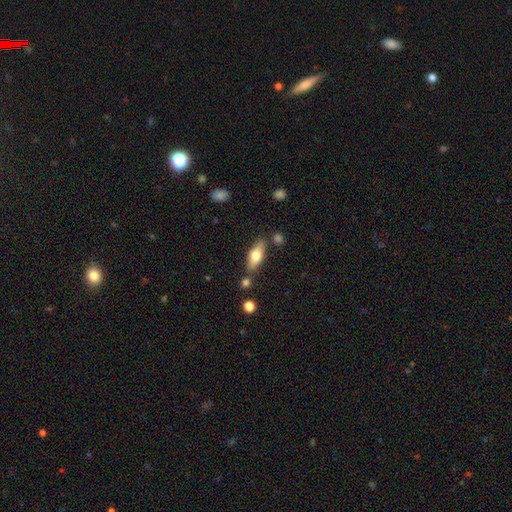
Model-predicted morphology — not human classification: Smooth or featured?
  - smooth: 65% *
  - featured or disk: 29%
  - star or artifact: 6%
How rounded?
  - in between: 68% *
  - cigar-shaped: 29%
  - round: 3%
Merging?
  - none: 75% *
  - minor disturbance: 14%
  - merger: 8%
  - major disturbance: 3%